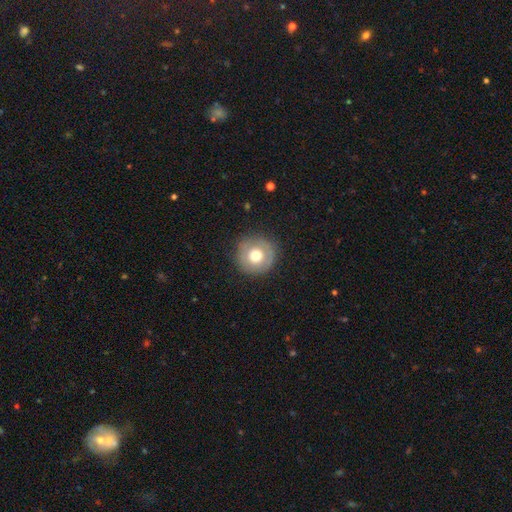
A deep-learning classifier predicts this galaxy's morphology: Smooth or featured? smooth (62%)
How rounded? round (95%)
Merging? none (85%)